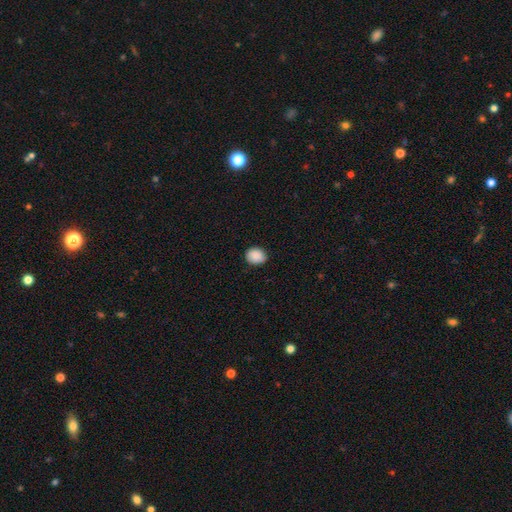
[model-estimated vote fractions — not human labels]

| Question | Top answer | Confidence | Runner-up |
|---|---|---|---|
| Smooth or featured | smooth | 89% | star or artifact (8%) |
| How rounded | round | 62% | in between (37%) |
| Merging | none | 85% | minor disturbance (12%) |